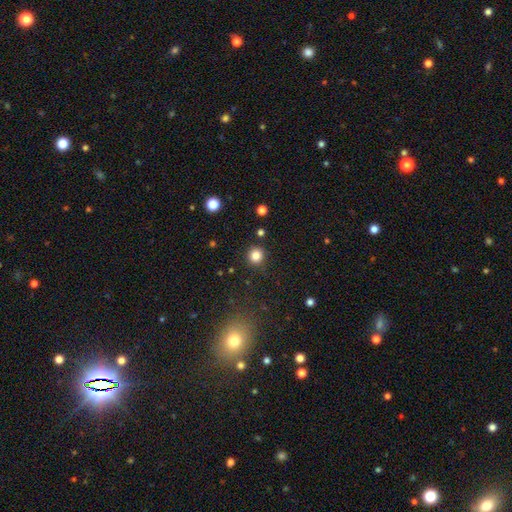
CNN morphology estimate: Smooth or featured? smooth (83%)
How rounded? round (94%)
Merging? none (89%)